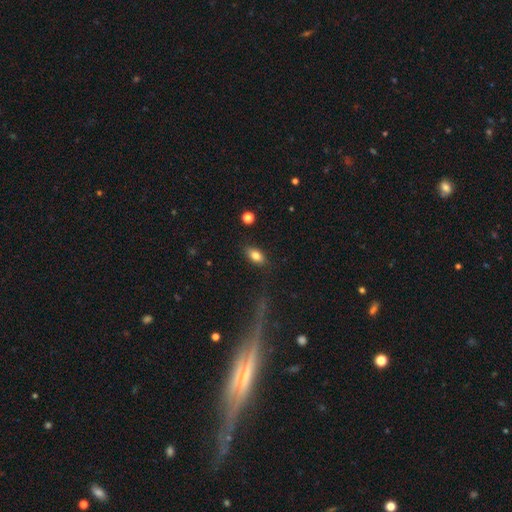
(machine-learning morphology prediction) This is clearly a smooth galaxy (80%). How rounded: clearly in between (88%). Merging: clearly none (84%).